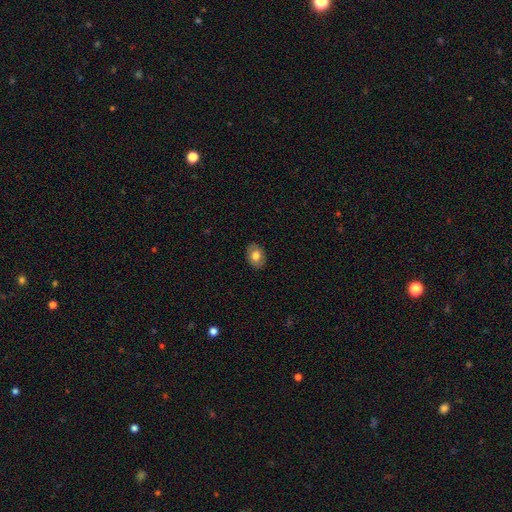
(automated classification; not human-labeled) Q: Smooth or featured?
A: smooth (74%); runner-up: featured or disk (18%)
Q: How rounded?
A: in between (74%); runner-up: round (25%)
Q: Merging?
A: none (87%); runner-up: minor disturbance (10%)